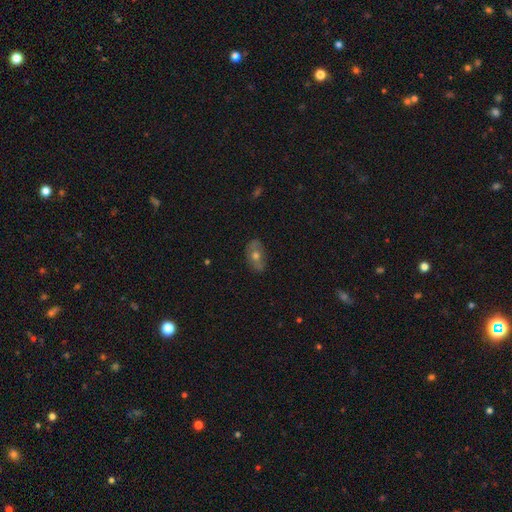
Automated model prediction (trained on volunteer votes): A featured or disk galaxy (44%, tied with smooth). Merging: none (76%).